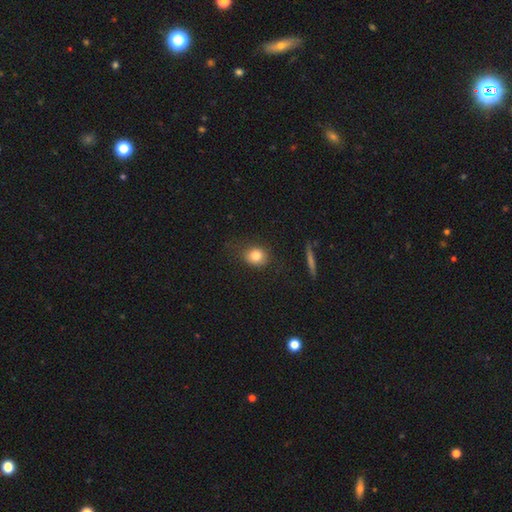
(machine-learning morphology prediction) Overall: smooth (82%). How rounded: round (66%; in between 32%). Merging: none (73%).